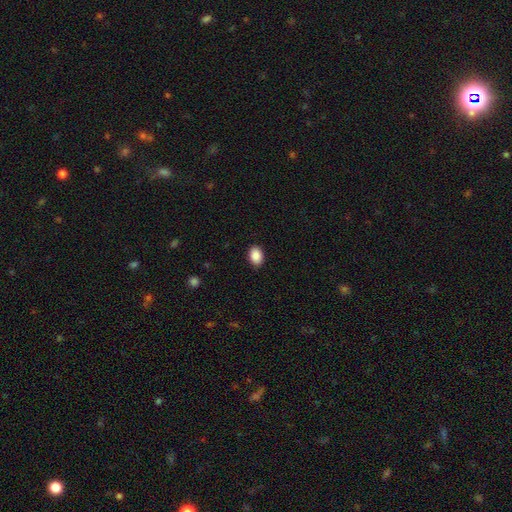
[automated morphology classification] smooth-or-featured: smooth: 89% | star or artifact: 7% | featured or disk: 3%
  how-rounded: in between: 81% | round: 18% | cigar-shaped: 1%
  merging: none: 90% | minor disturbance: 8% | major disturbance: 2% | merger: 1%